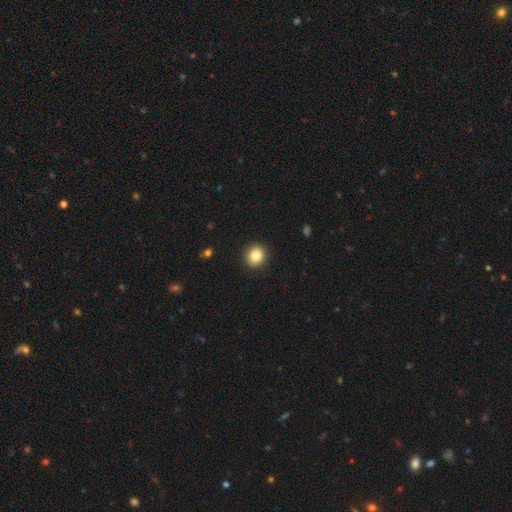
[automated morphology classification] Smooth or featured? smooth (82%)
How rounded? round (90%)
Merging? none (92%)